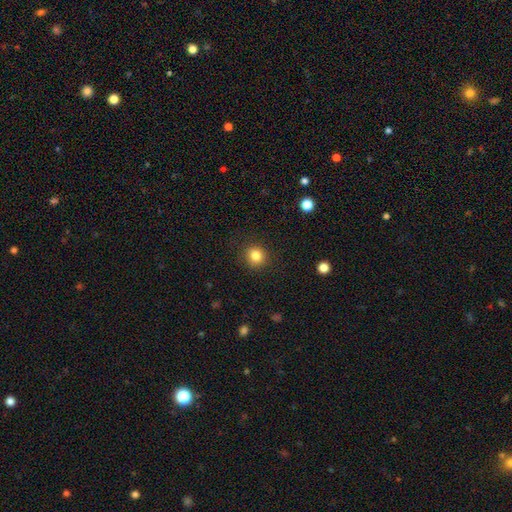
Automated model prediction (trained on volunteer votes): Smooth or featured?
  - smooth: 84% *
  - star or artifact: 11%
  - featured or disk: 5%
How rounded?
  - round: 87% *
  - in between: 12%
  - cigar-shaped: 1%
Merging?
  - none: 90% *
  - minor disturbance: 7%
  - major disturbance: 2%
  - merger: 1%